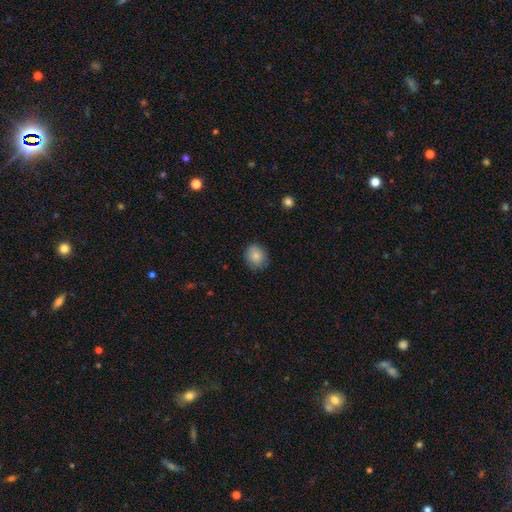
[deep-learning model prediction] A smooth galaxy with no disk features (83%) that is round (69%). Merging: none (82%).